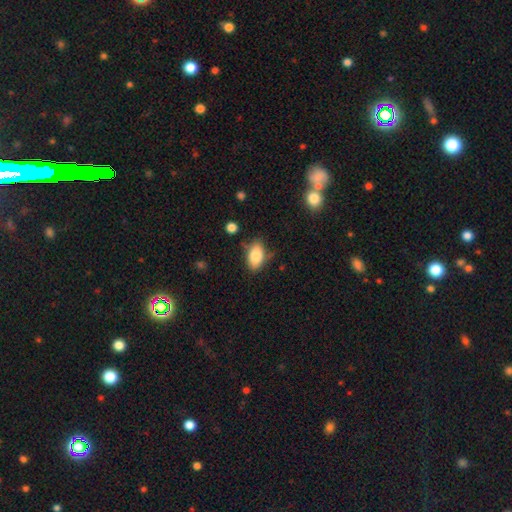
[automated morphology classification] A smooth galaxy with no disk features (83%) that is in between round and cigar-shaped (91%).

Vote fractions:
- Smooth or featured? smooth: 83% / featured or disk: 10% / star or artifact: 7%
- How rounded? in between: 91% / round: 7% / cigar-shaped: 3%
- Merging? none: 74% / minor disturbance: 19% / major disturbance: 4% / merger: 3%